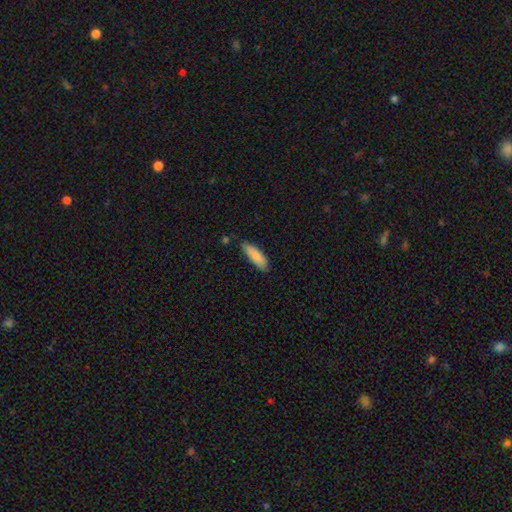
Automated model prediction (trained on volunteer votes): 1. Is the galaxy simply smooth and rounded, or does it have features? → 87% smooth, 7% featured or disk, 6% star or artifact.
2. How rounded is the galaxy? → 50% cigar-shaped, 49% in between, 1% round.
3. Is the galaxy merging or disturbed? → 77% none, 18% minor disturbance, 3% major disturbance, 2% merger.